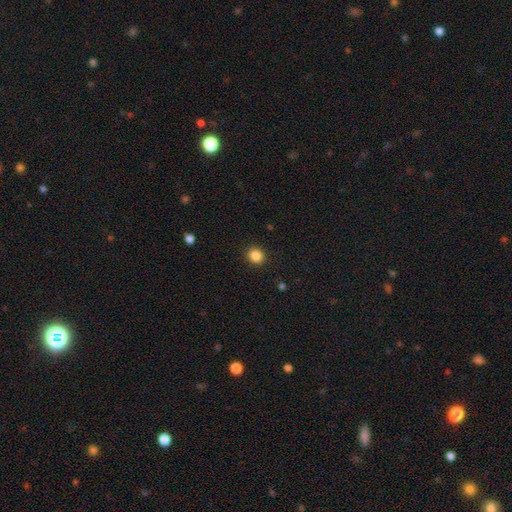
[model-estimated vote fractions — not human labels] Overall: smooth (86%). How rounded: round (83%). Merging: none (92%).